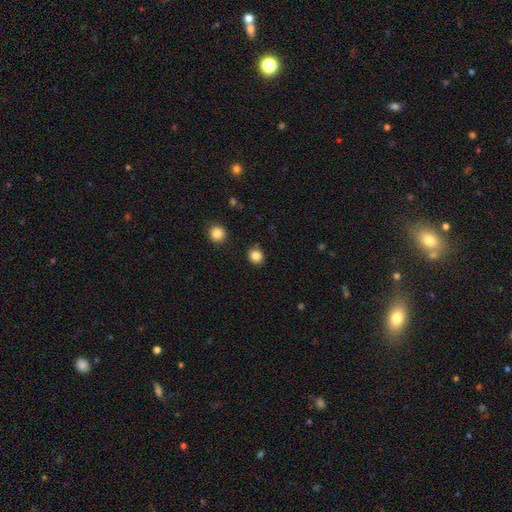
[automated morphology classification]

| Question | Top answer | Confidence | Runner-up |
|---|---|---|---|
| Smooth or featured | smooth | 85% | star or artifact (11%) |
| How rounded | round | 81% | in between (18%) |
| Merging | none | 88% | minor disturbance (8%) |